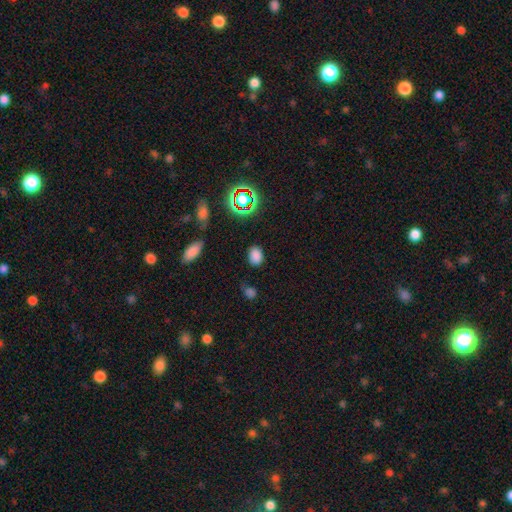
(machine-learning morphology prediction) Overall: smooth (78%). How rounded: in between (71%). Merging: none (82%).